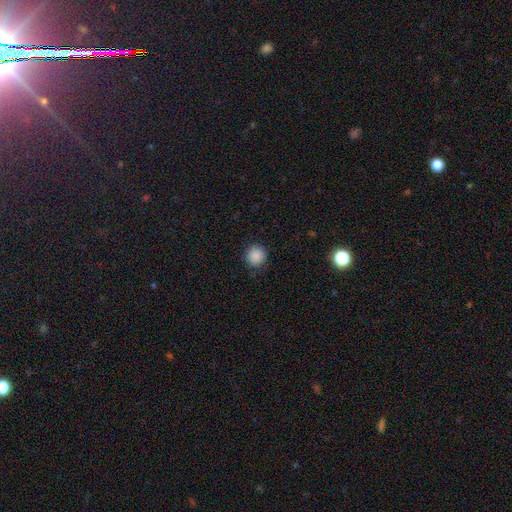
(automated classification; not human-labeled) Smooth or featured? smooth (88%)
How rounded? round (93%)
Merging? none (89%)